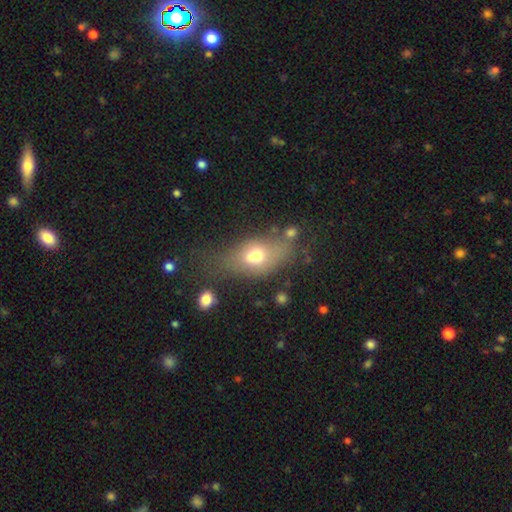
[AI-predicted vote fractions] Morphology: type=smooth (60%); roundness=in between (75%); merging=none (43%).